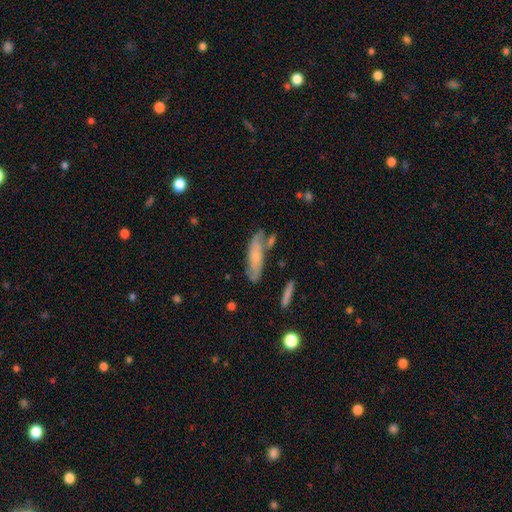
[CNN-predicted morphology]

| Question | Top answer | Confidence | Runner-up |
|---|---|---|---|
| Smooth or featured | featured or disk | 49% | smooth (44%) |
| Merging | none | 63% | minor disturbance (21%) |